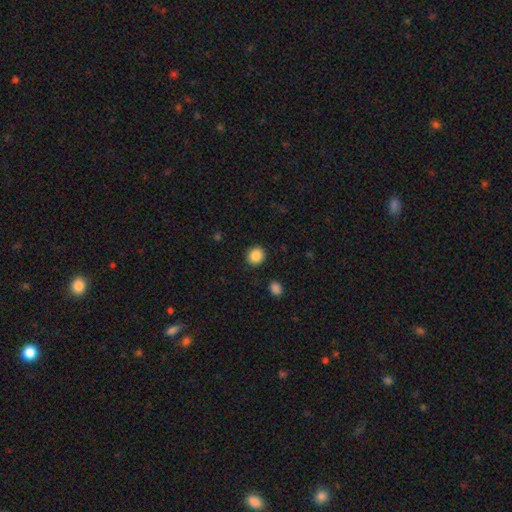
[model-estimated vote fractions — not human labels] This is clearly a smooth galaxy (87%). How rounded: clearly round (83%). Merging: clearly none (91%).